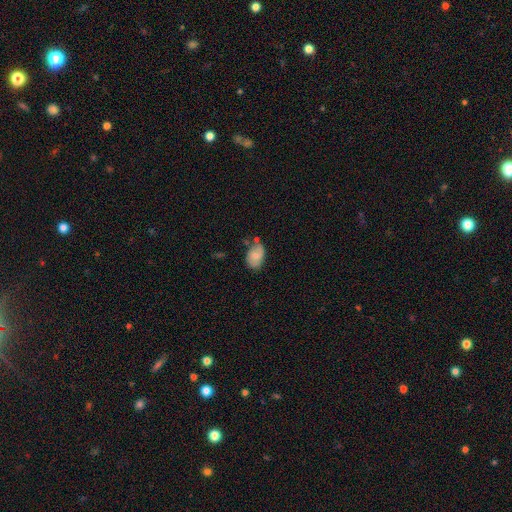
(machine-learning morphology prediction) A smooth galaxy with no disk features (72%) that is in between round and cigar-shaped (86%).

Vote fractions:
- Smooth or featured? smooth: 72% / featured or disk: 20% / star or artifact: 8%
- How rounded? in between: 86% / round: 13% / cigar-shaped: 1%
- Merging? none: 54% / minor disturbance: 29% / merger: 10% / major disturbance: 7%